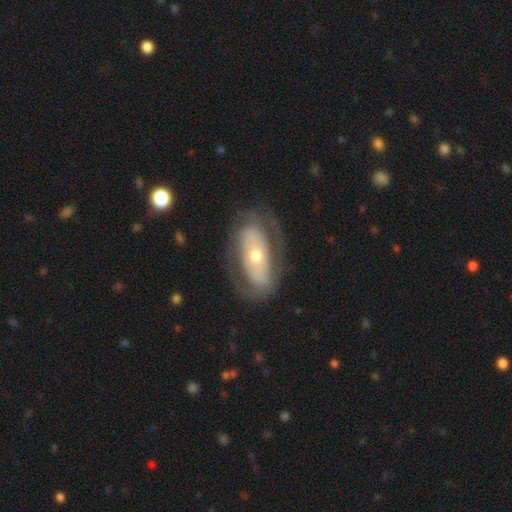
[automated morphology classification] Smooth or featured? featured or disk (67%)
Edge-on disk? no (90%)
Bar? no (67%)
Spiral arms? no (52%)
Bulge size? moderate (57%)
Merging? none (73%)